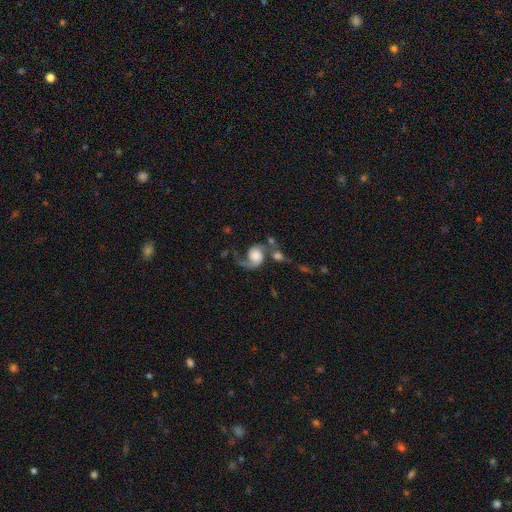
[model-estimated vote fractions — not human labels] This appears to be a featured or disk galaxy (70%) with no bar (73%), 2 (52%) loose (67%) spiral arms (93%) and a large central bulge (35%). Merging: none (34%).